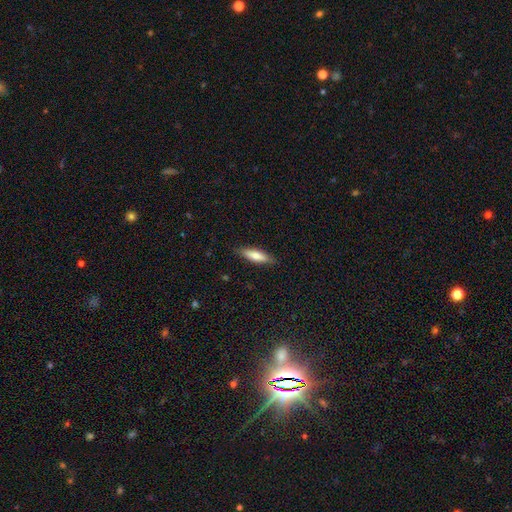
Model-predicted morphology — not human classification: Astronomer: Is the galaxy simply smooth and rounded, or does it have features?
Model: smooth — 73%.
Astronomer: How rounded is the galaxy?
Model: cigar-shaped — 60% (runner-up: in between, 38%).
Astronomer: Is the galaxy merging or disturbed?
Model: none — 86%.